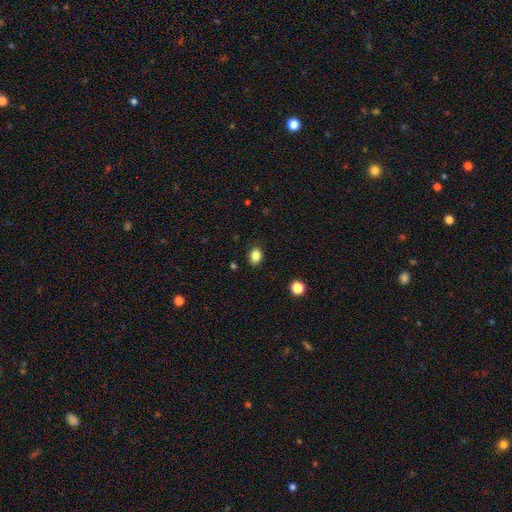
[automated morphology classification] type=smooth (85%); roundness=in between (57%); merging=none (87%).